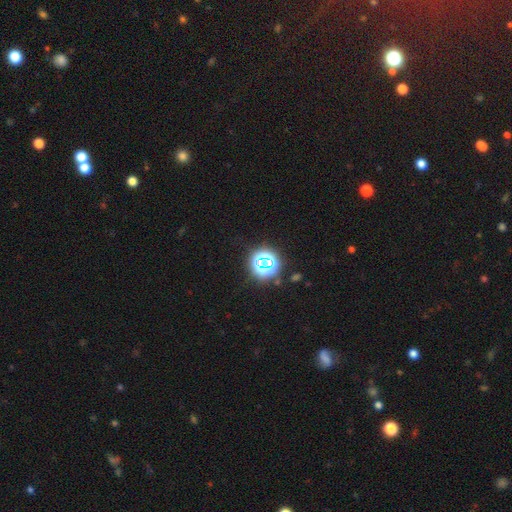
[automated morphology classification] smooth_or_featured: star or artifact (p=0.68) [alt: smooth p=0.23]